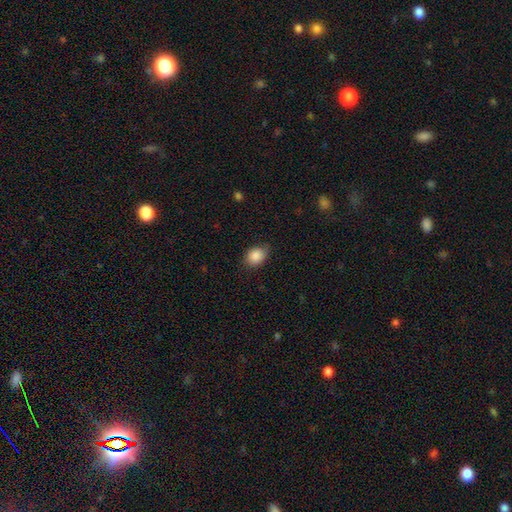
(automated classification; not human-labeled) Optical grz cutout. It shows a smooth galaxy with no disk features (87%) that is in between round and cigar-shaped (65%). Merging: none (73%).